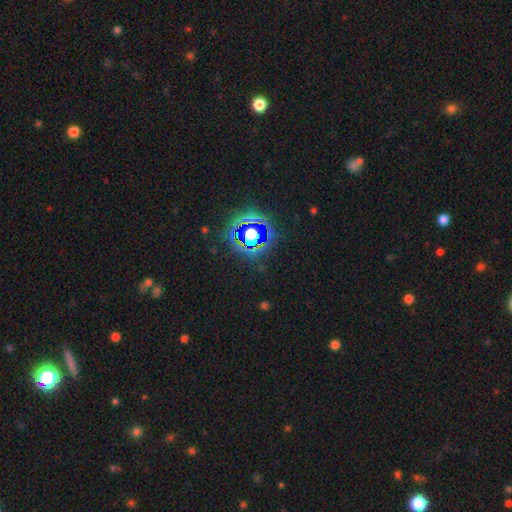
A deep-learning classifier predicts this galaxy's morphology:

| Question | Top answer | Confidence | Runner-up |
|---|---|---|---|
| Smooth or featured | star or artifact | 81% | smooth (12%) |